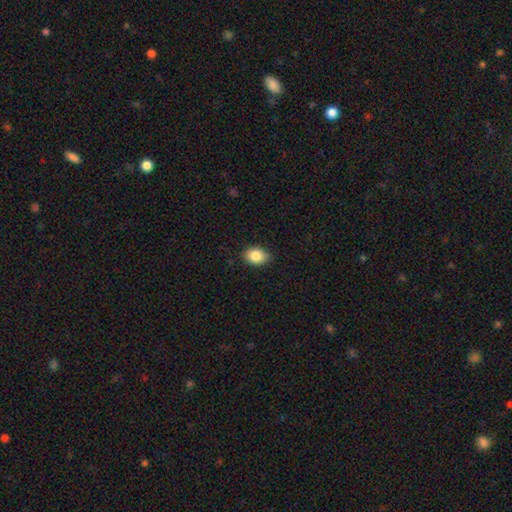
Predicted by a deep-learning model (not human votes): Morphology: type=smooth (85%); roundness=in between (76%); merging=none (84%).